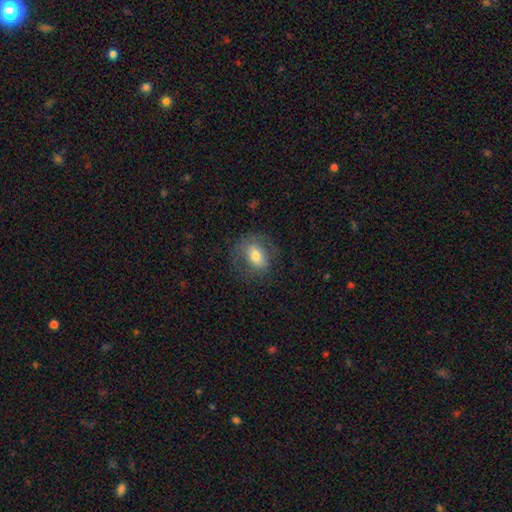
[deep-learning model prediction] Q: Smooth or featured?
A: smooth (63%); runner-up: featured or disk (29%)
Q: How rounded?
A: in between (61%); runner-up: round (38%)
Q: Merging?
A: none (69%); runner-up: minor disturbance (18%)